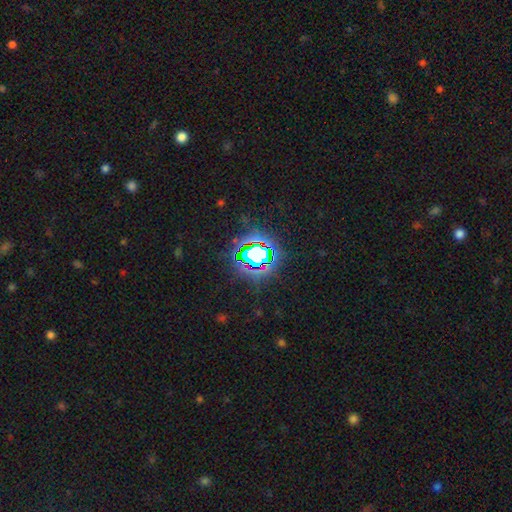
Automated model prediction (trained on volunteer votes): This appears to be a star or artifact, not a galaxy (73%).